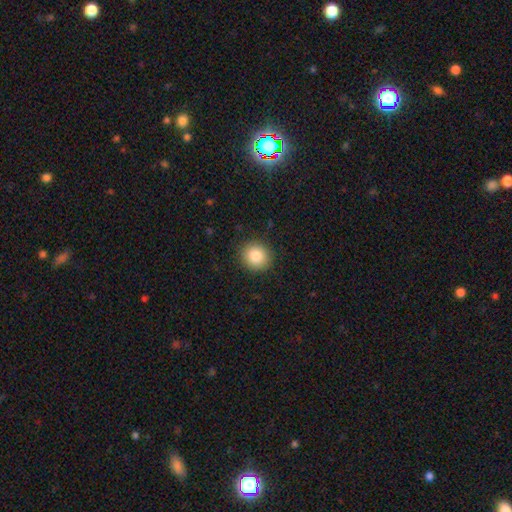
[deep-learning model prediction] smooth_or_featured: smooth (p=0.85) [alt: star or artifact p=0.09]
how_rounded: round (p=0.87) [alt: in between p=0.12]
merging: none (p=0.90) [alt: minor disturbance p=0.07]